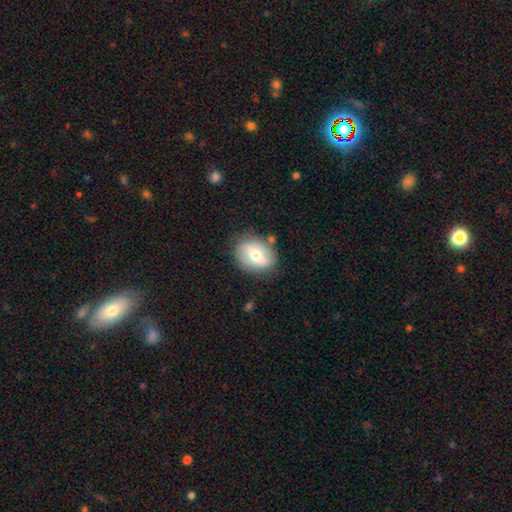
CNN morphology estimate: smooth 51%, featured or disk 42%, star or artifact 7%. Down the decision tree: how rounded — in between (65%); merging — none (78%).